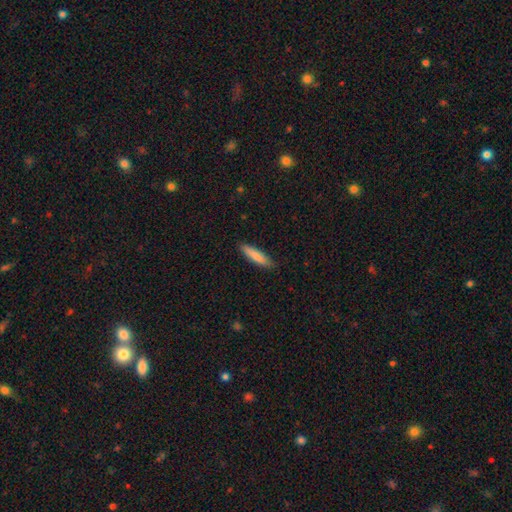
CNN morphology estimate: A smooth galaxy with no disk features (84%) that is cigar-shaped (80%).

Vote fractions:
- Smooth or featured? smooth: 84% / featured or disk: 11% / star or artifact: 6%
- How rounded? cigar-shaped: 80% / in between: 19% / round: 1%
- Merging? none: 87% / minor disturbance: 10% / major disturbance: 2% / merger: 1%